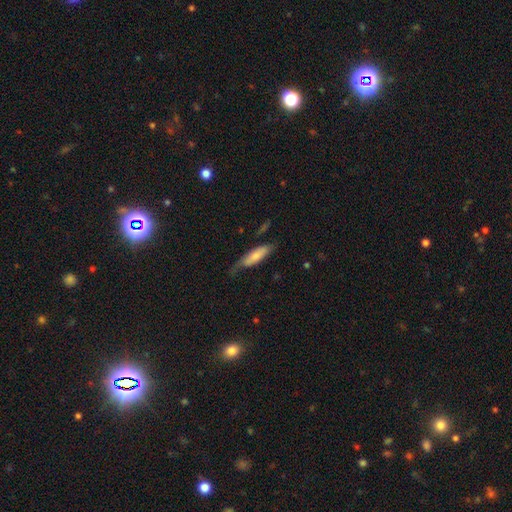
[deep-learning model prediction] Smooth or featured? Predicted: smooth (p=0.66). How rounded? Predicted: cigar-shaped (p=0.58). Merging? Predicted: none (p=0.52).